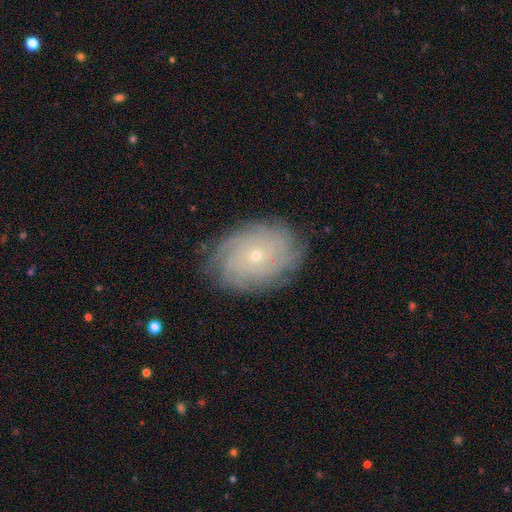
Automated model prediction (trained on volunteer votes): A featured or disk galaxy (75%) with no bar (84%), tight (79%) spiral arms (93%) and a small central bulge (75%). Merging: none (83%).